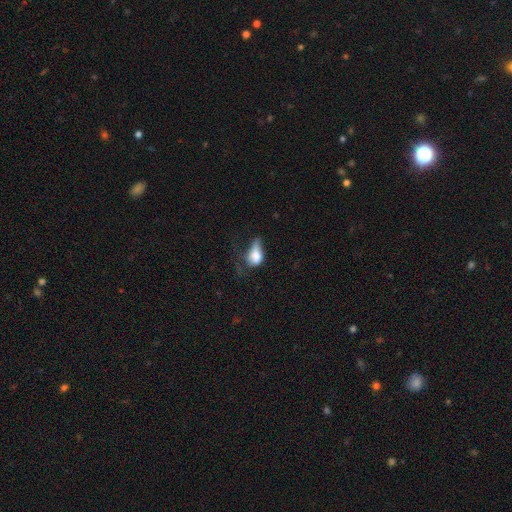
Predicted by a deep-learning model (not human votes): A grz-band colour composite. It shows a smooth galaxy with no disk features (69%) that is in between round and cigar-shaped (83%). Merging: major disturbance (48%).